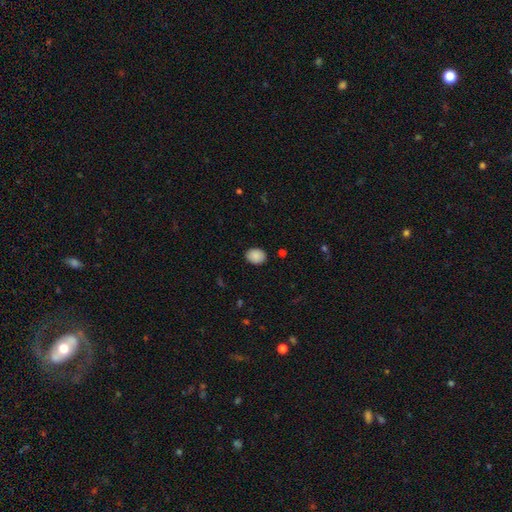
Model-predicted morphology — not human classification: Smooth or featured: smooth — 89% (star or artifact — 8%)
How rounded: in between — 63% (round — 36%)
Merging: none — 88% (minor disturbance — 9%)